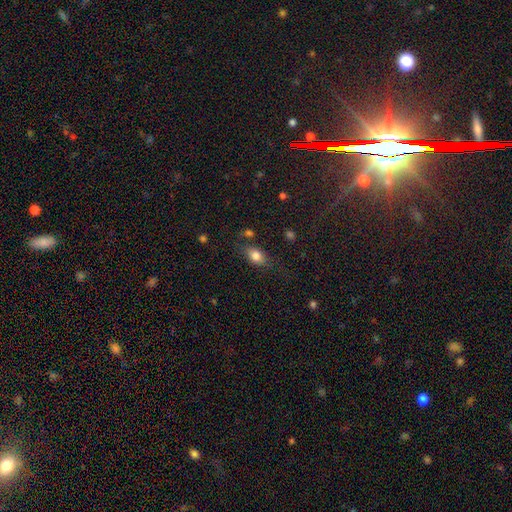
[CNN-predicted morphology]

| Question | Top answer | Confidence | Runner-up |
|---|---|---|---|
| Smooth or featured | smooth | 77% | featured or disk (13%) |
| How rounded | in between | 77% | round (18%) |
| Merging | none | 69% | minor disturbance (20%) |